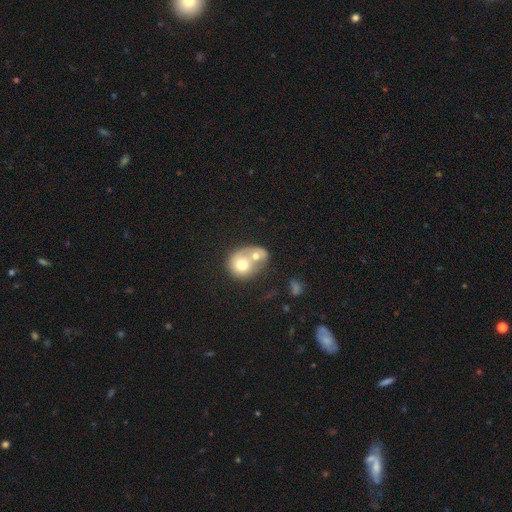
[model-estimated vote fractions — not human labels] Smooth or featured: smooth — 63% (featured or disk — 29%)
How rounded: round — 65% (in between — 34%)
Merging: merger — 77% (none — 14%)